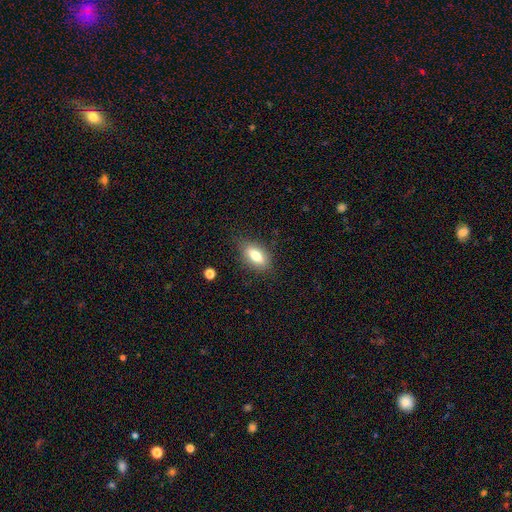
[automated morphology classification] Smooth or featured? Predicted: smooth (p=0.71). How rounded? Predicted: in between (p=0.80). Merging? Predicted: none (p=0.81).